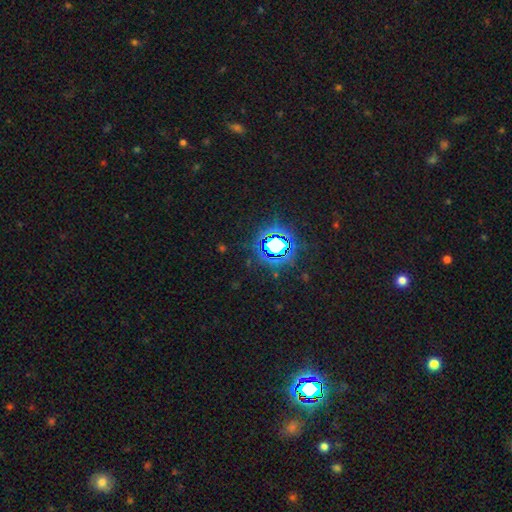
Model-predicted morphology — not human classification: This appears to be a star or artifact, not a galaxy (82%).